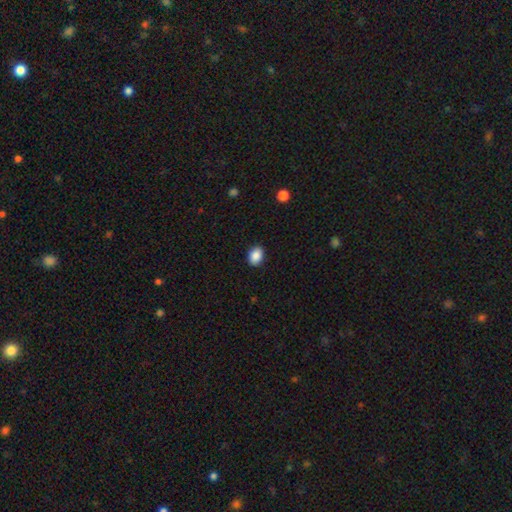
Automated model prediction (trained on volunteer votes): Overall: smooth (89%). How rounded: in between (65%; round 34%). Merging: none (89%).